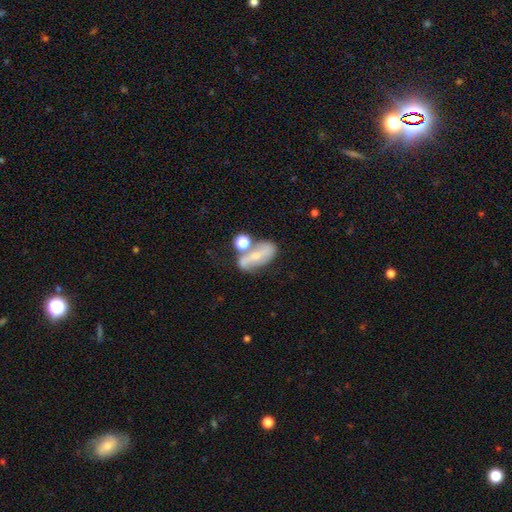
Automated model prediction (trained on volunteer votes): Smooth or featured: featured or disk — 54% (smooth — 36%)
Edge-on disk: no — 89% (yes — 11%)
Merging: none — 47% (merger — 27%)